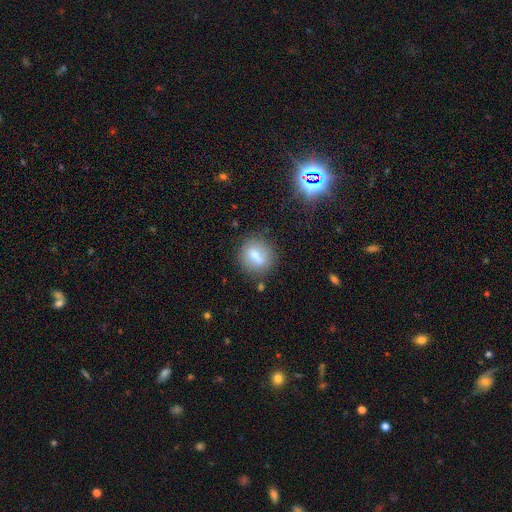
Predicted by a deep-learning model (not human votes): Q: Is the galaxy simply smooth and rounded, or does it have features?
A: smooth — 69%.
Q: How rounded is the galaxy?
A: round — 66%.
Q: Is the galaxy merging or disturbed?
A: none — 76%.